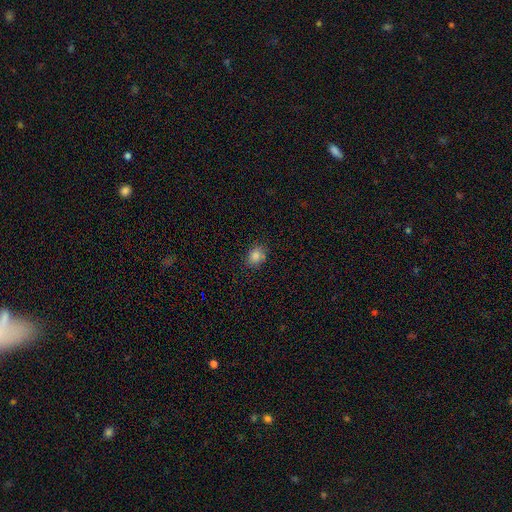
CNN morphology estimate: smooth 83%, star or artifact 12%, featured or disk 5%. Down the decision tree: how rounded — in between (55%); merging — none (82%).